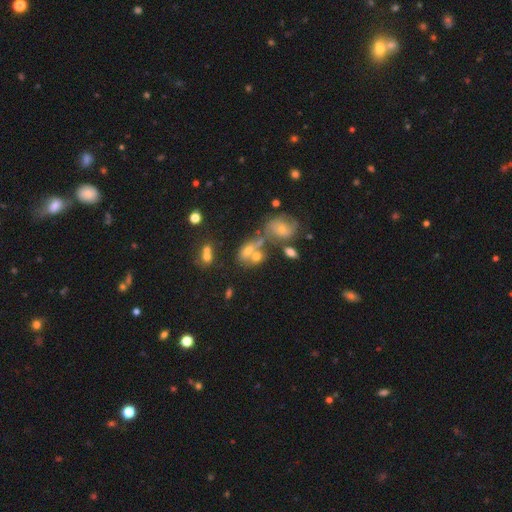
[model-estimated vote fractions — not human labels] A smooth galaxy with no disk features (50%) that is in between round and cigar-shaped (65%).

Vote fractions:
- Smooth or featured? smooth: 50% / featured or disk: 31% / star or artifact: 19%
- How rounded? in between: 65% / round: 31% / cigar-shaped: 4%
- Merging? merger: 48% / none: 29% / minor disturbance: 13% / major disturbance: 10%